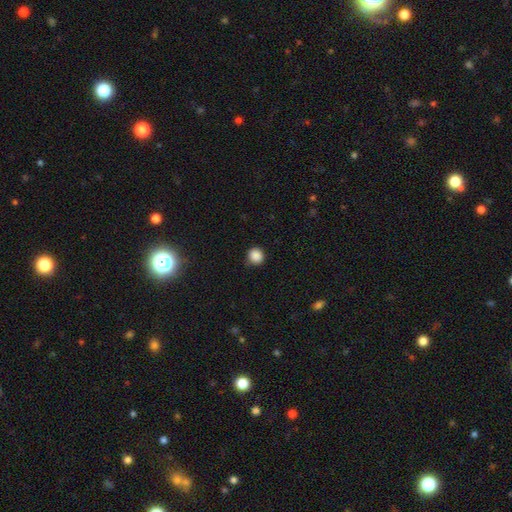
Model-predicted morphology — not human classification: The model was most divided on "merging": none: 84%, minor disturbance: 12%, major disturbance: 3%, merger: 1%. More confident: how rounded — round (89%); smooth or featured — smooth (87%).